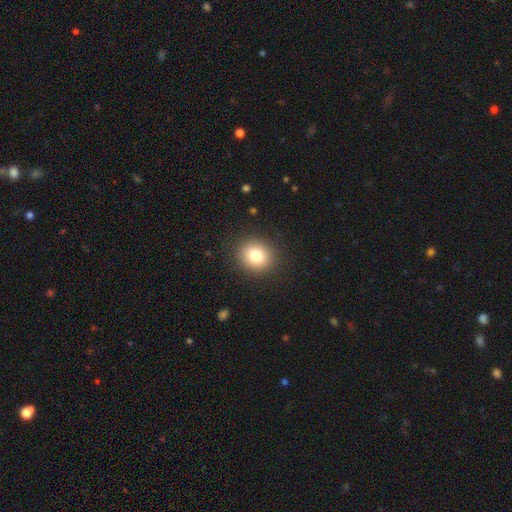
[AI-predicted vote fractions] Smooth or featured? Predicted: smooth (p=0.80). How rounded? Predicted: round (p=0.80). Merging? Predicted: none (p=0.90).